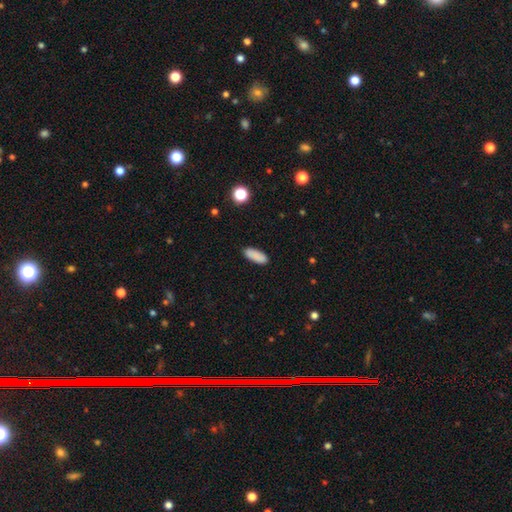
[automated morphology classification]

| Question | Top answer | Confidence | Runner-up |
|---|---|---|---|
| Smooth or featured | smooth | 88% | star or artifact (8%) |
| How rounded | in between | 72% | cigar-shaped (26%) |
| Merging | none | 88% | minor disturbance (9%) |